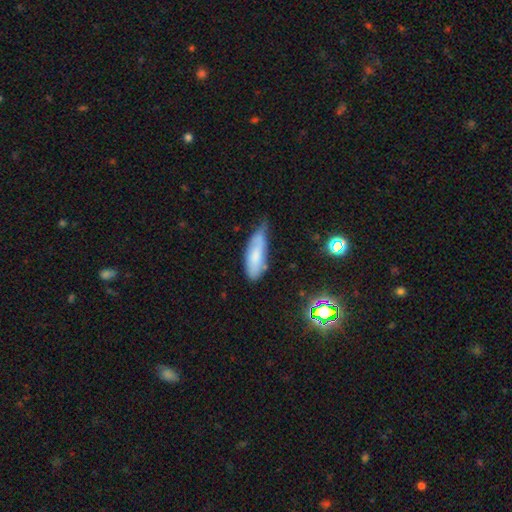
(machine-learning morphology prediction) smooth 69%, featured or disk 22%, star or artifact 9%. Down the decision tree: how rounded — in between (59%); merging — minor disturbance (46%).